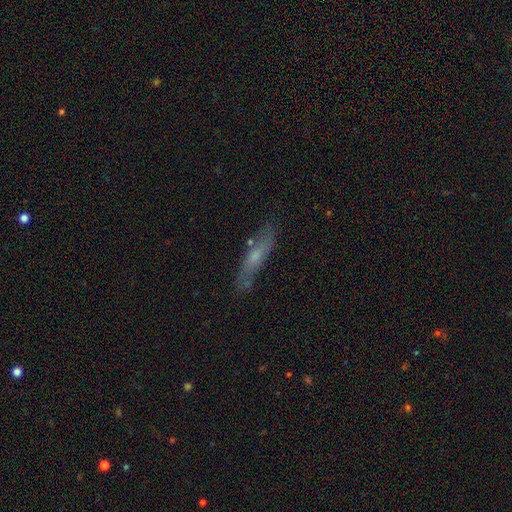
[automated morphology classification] A smooth galaxy with no disk features (49%).

Vote fractions:
- Smooth or featured? smooth: 49% / featured or disk: 43% / star or artifact: 8%
- Merging? none: 74% / minor disturbance: 18% / major disturbance: 5% / merger: 3%